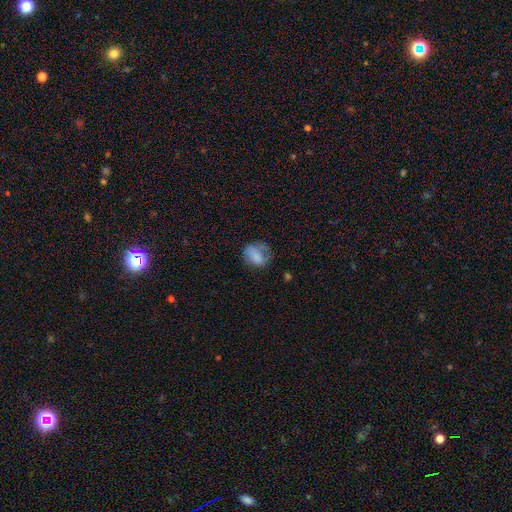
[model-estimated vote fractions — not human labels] A smooth galaxy with no disk features (73%) that is in between round and cigar-shaped (50%). Merging: none (49%).